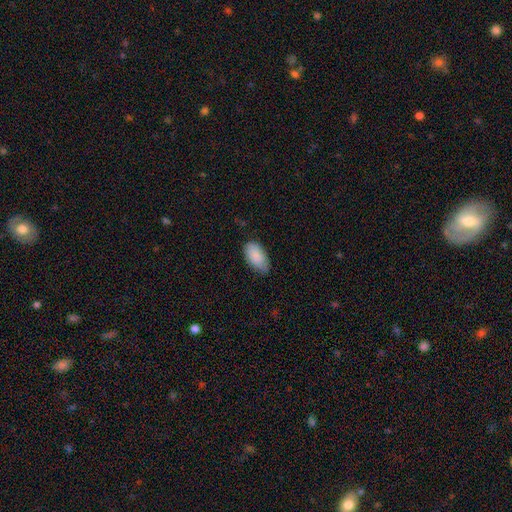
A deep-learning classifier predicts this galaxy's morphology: The model was most divided on "merging": none: 71%, minor disturbance: 24%, major disturbance: 3%, merger: 1%. More confident: how rounded — in between (95%); smooth or featured — smooth (88%).